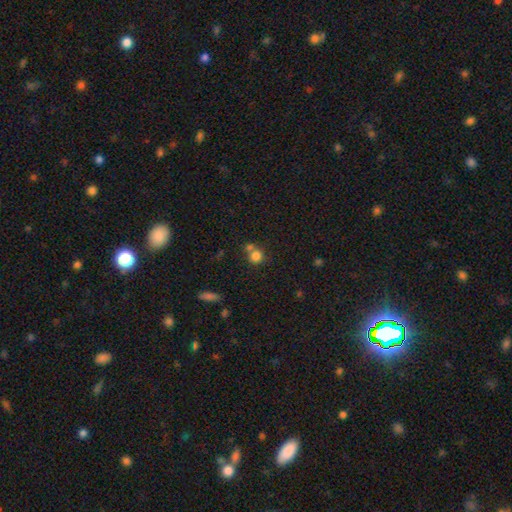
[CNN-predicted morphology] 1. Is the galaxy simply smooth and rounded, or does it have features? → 80% smooth, 12% star or artifact, 8% featured or disk.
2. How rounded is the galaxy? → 82% round, 17% in between, 1% cigar-shaped.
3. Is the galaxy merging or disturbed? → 50% none, 36% merger, 10% minor disturbance, 4% major disturbance.